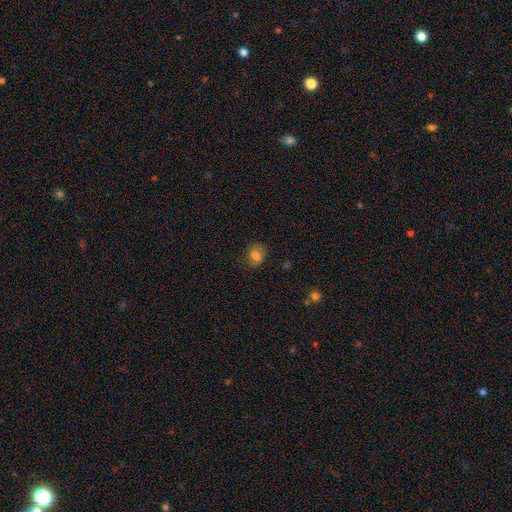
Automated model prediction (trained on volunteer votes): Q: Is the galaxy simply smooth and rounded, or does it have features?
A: smooth — 77%.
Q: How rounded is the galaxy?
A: in between — 50%.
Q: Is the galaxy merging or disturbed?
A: none — 73%.